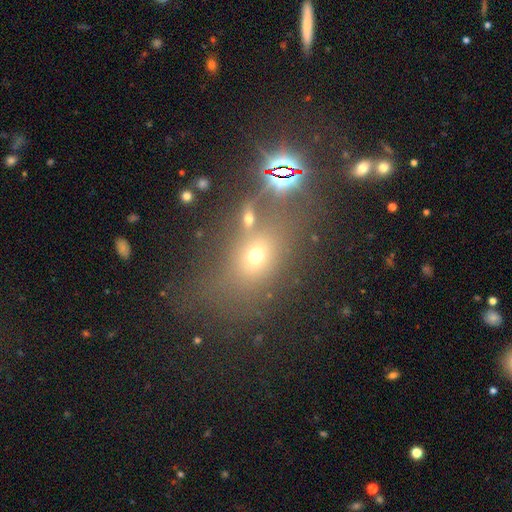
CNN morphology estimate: type=smooth (52%); roundness=in between (55%); merging=none (60%).